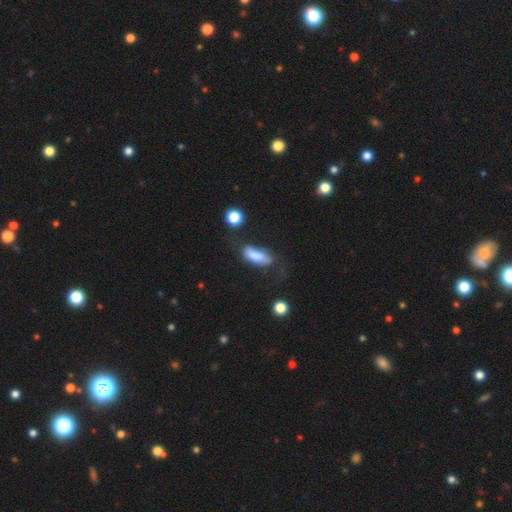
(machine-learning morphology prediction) This appears to be a smooth galaxy with no disk features (73%) that is in between round and cigar-shaped (68%). Merging: none (40%).